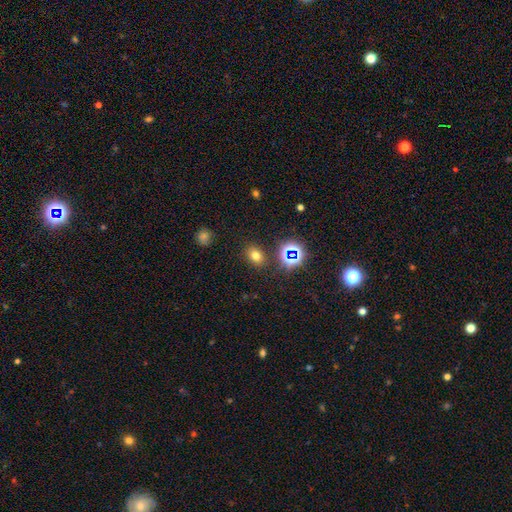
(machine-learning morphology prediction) A smooth galaxy with no disk features (69%) that is in between round and cigar-shaped (57%). Merging: none (85%).